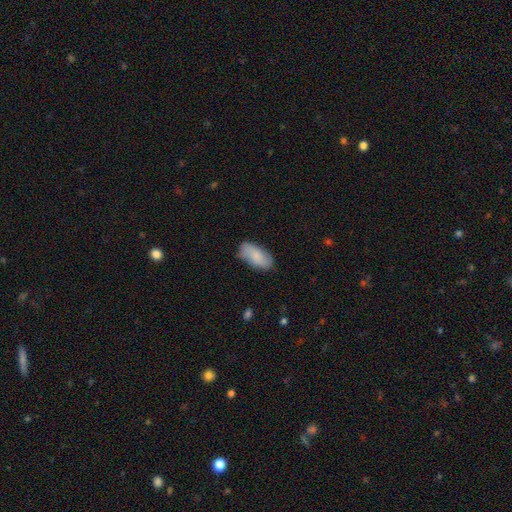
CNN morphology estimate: A smooth galaxy with no disk features (77%) that is in between round and cigar-shaped (92%).

Vote fractions:
- Smooth or featured? smooth: 77% / featured or disk: 17% / star or artifact: 6%
- How rounded? in between: 92% / cigar-shaped: 6% / round: 2%
- Merging? none: 73% / minor disturbance: 21% / major disturbance: 4% / merger: 2%